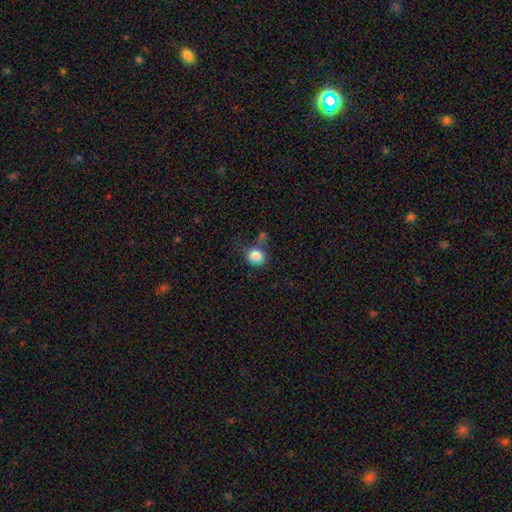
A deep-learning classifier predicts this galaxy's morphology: This appears to be a smooth galaxy with no disk features (85%) that is round (80%). Merging: none (59%).